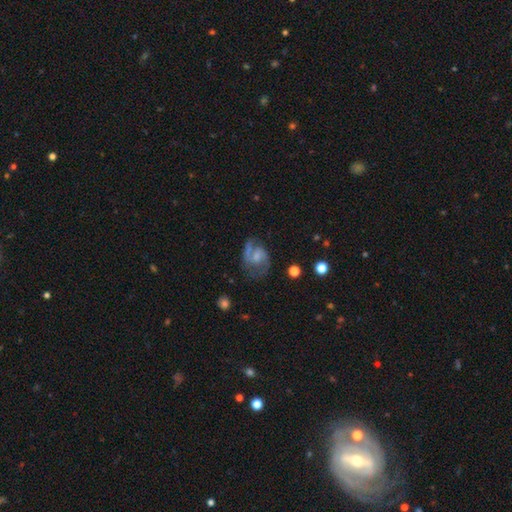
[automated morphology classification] featured or disk 79%, smooth 14%, star or artifact 7%. Down the decision tree: edge-on disk — no (98%); bar — weak (46%); spiral arms — yes (93%); spiral arm count — 2 (85%); spiral winding — medium (55%); bulge size — small (43%); merging — none (60%).